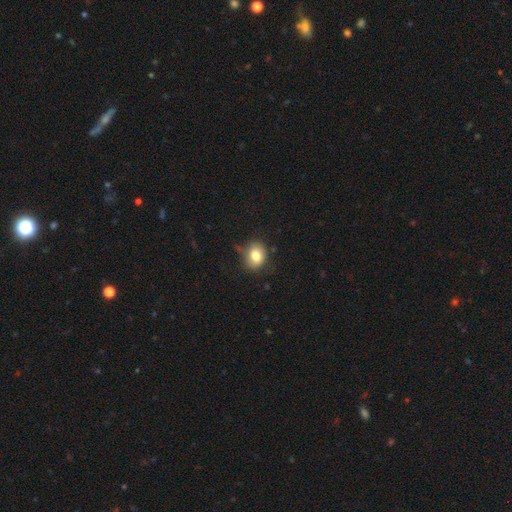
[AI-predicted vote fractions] Overall: smooth (80%). How rounded: in between (52%; round 47%). Merging: none (73%).